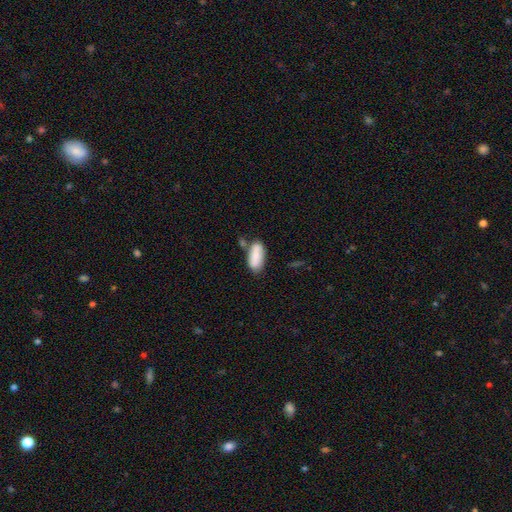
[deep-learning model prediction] This appears to be a smooth galaxy with no disk features (77%) that is in between round and cigar-shaped (85%). Merging: none (62%).